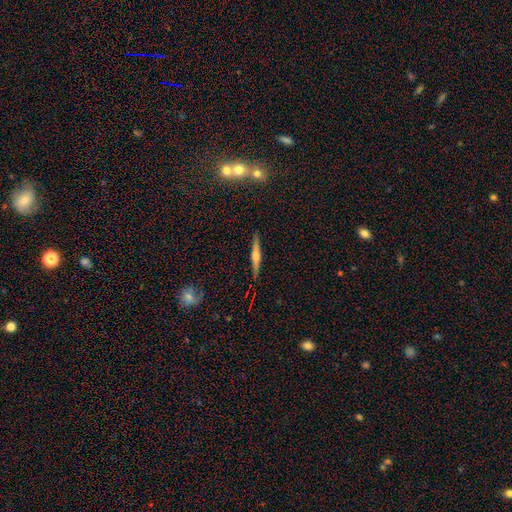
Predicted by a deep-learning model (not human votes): The model was most divided on "smooth or featured": featured or disk: 60%, smooth: 32%, star or artifact: 8%. More confident: edge-on disk — yes (97%); merging — none (90%); edge-on bulge — rounded (70%).